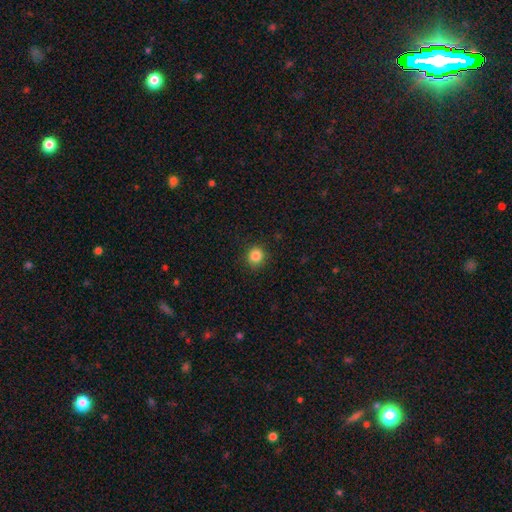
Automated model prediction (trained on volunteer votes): The model was most divided on "smooth or featured": smooth: 85%, star or artifact: 11%, featured or disk: 4%. More confident: how rounded — round (89%); merging — none (89%).